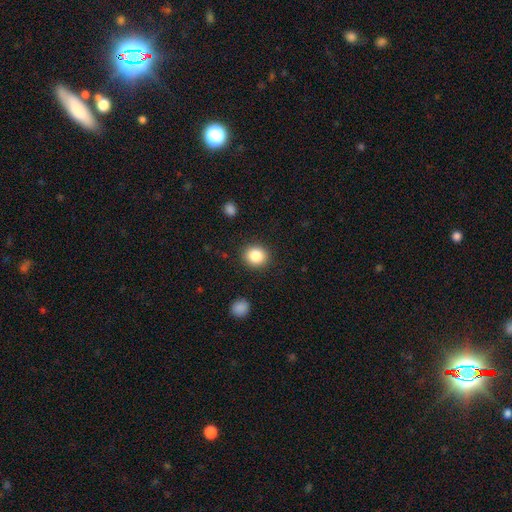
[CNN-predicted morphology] A smooth galaxy with no disk features (85%) that is round (81%).

Vote fractions:
- Smooth or featured? smooth: 85% / star or artifact: 9% / featured or disk: 6%
- How rounded? round: 81% / in between: 18% / cigar-shaped: 1%
- Merging? none: 89% / minor disturbance: 7% / major disturbance: 3% / merger: 1%